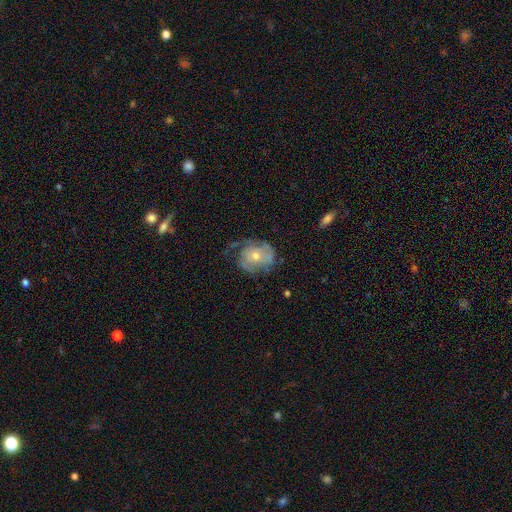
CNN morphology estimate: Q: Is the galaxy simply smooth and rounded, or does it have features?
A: featured or disk — 77%.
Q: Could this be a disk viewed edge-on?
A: no — 97%.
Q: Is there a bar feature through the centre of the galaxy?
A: no — 78%.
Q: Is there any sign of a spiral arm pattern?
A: yes — 91%.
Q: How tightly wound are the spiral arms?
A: tight — 51%.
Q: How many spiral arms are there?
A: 2 — 36%.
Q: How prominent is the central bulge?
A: moderate — 49%.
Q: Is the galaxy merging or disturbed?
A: none — 60%.